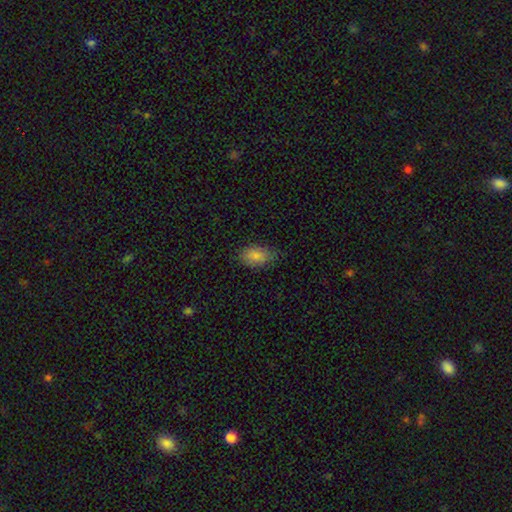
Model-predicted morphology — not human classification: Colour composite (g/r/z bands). It shows a smooth galaxy with no disk features (83%) that is in between round and cigar-shaped (88%). Merging: none (70%).